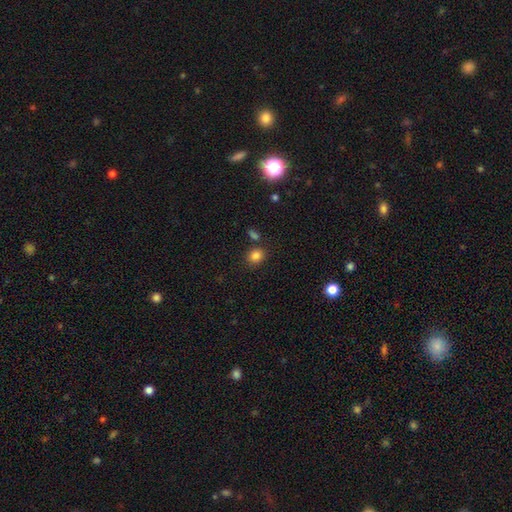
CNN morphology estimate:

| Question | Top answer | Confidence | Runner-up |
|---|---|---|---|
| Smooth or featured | smooth | 83% | star or artifact (12%) |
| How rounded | round | 63% | in between (36%) |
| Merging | none | 79% | minor disturbance (10%) |